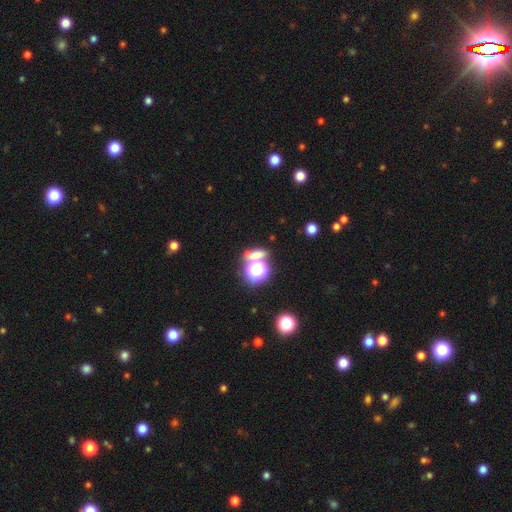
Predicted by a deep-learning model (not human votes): A smooth galaxy with no disk features (50%) that is round (47%). Merging: none (66%).